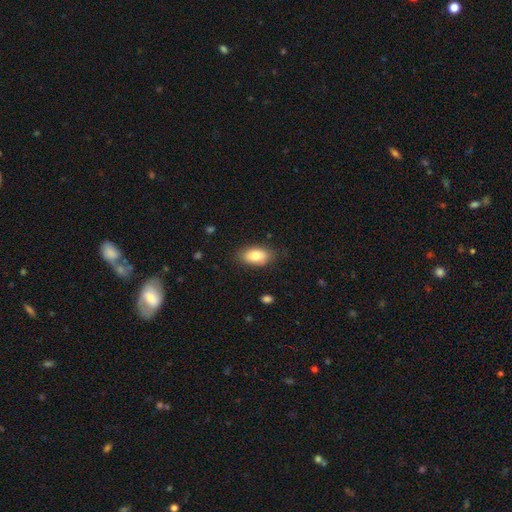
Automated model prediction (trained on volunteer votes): smooth_or_featured: smooth (p=0.81) [alt: featured or disk p=0.12]
how_rounded: in between (p=0.91) [alt: round p=0.06]
merging: none (p=0.80) [alt: minor disturbance p=0.15]